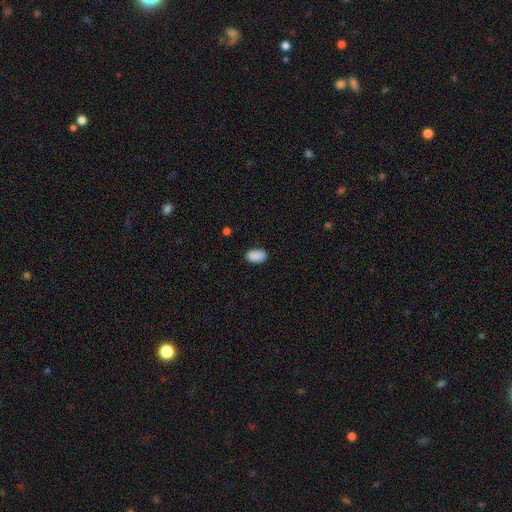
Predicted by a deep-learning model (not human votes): Smooth or featured?
  - smooth: 90% *
  - star or artifact: 7%
  - featured or disk: 3%
How rounded?
  - in between: 93% *
  - round: 6%
  - cigar-shaped: 1%
Merging?
  - none: 86% *
  - minor disturbance: 11%
  - major disturbance: 2%
  - merger: 1%